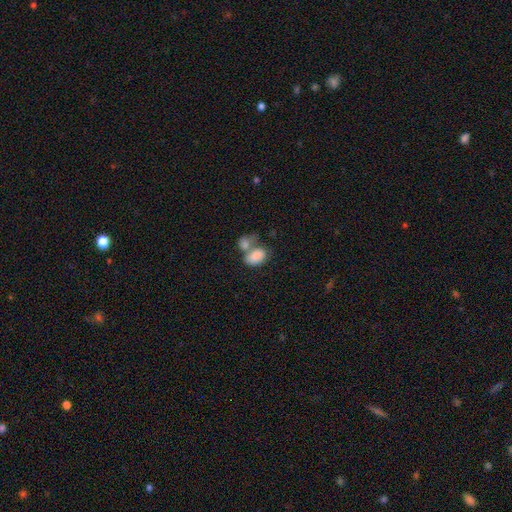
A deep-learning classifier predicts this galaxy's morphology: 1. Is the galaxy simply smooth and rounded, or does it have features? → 82% smooth, 10% featured or disk, 7% star or artifact.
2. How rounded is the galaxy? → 87% in between, 11% round, 1% cigar-shaped.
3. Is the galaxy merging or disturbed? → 58% merger, 24% none, 11% minor disturbance, 7% major disturbance.